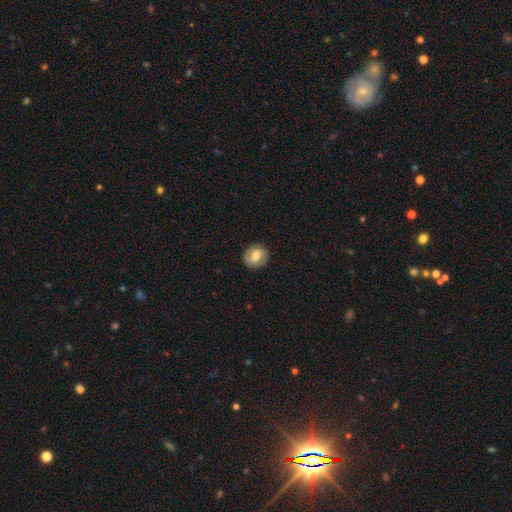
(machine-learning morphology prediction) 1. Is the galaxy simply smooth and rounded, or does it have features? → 61% smooth, 31% featured or disk, 8% star or artifact.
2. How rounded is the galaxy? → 71% round, 28% in between, 1% cigar-shaped.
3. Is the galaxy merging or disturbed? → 87% none, 9% minor disturbance, 3% major disturbance, 1% merger.